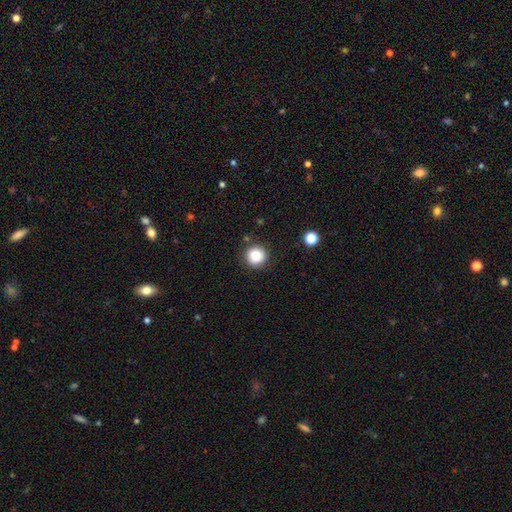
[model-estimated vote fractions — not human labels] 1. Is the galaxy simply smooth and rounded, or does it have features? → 84% smooth, 10% star or artifact, 5% featured or disk.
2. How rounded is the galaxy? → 93% round, 6% in between, 1% cigar-shaped.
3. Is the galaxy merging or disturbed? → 87% none, 8% minor disturbance, 2% major disturbance, 2% merger.